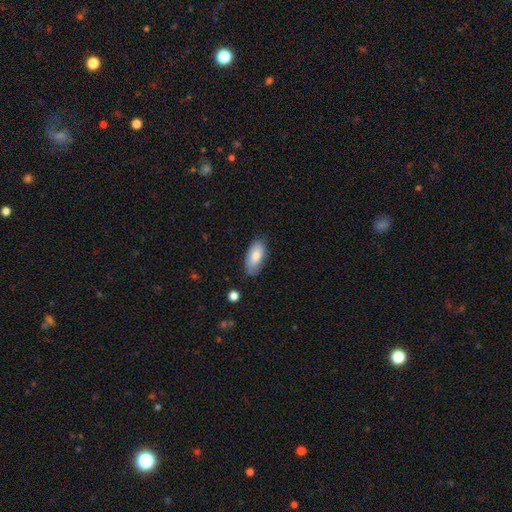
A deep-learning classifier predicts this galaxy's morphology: Q: Smooth or featured?
A: smooth (81%); runner-up: featured or disk (13%)
Q: How rounded?
A: in between (92%); runner-up: cigar-shaped (6%)
Q: Merging?
A: none (74%); runner-up: minor disturbance (21%)